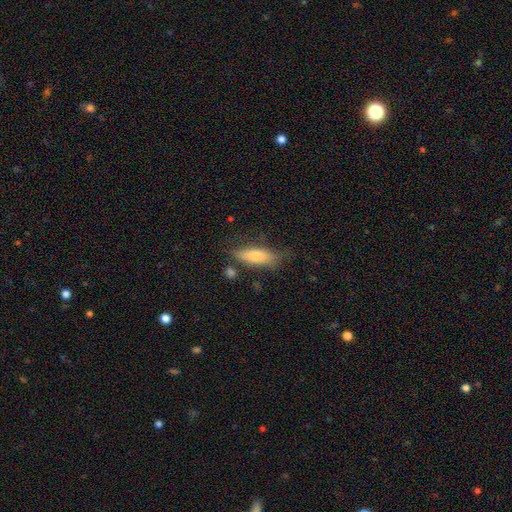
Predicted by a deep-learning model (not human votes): Smooth or featured? smooth (77%)
How rounded? in between (62%)
Merging? none (64%)